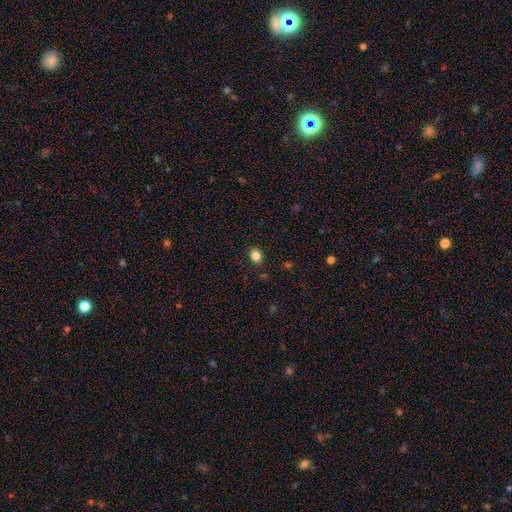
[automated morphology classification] smooth_or_featured: smooth (p=0.84) [alt: star or artifact p=0.11]
how_rounded: in between (p=0.60) [alt: round p=0.39]
merging: none (p=0.88) [alt: minor disturbance p=0.09]